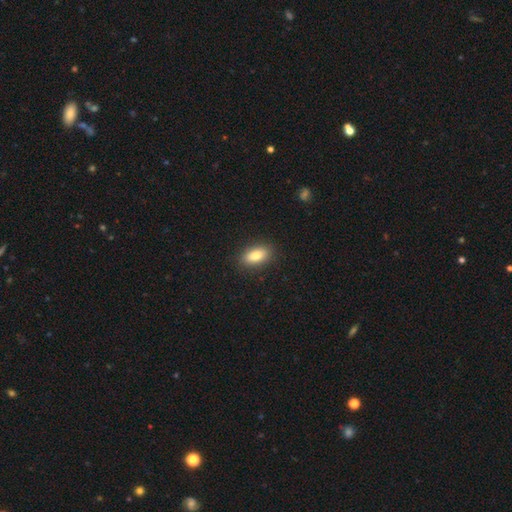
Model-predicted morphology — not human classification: smooth 82%, featured or disk 10%, star or artifact 8%. Down the decision tree: how rounded — in between (86%); merging — none (89%).